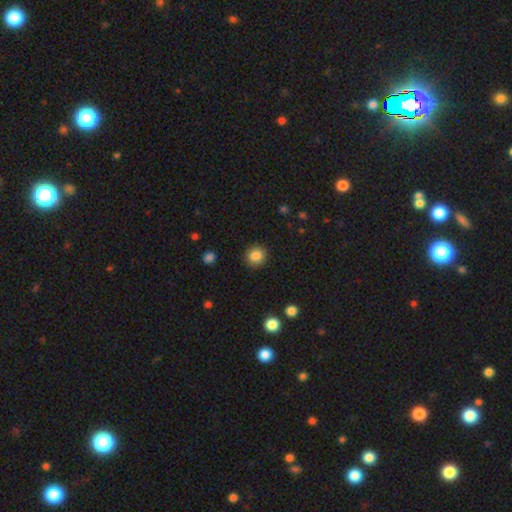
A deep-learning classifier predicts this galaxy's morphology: smooth_or_featured: smooth (p=0.85) [alt: star or artifact p=0.10]
how_rounded: round (p=0.89) [alt: in between p=0.10]
merging: none (p=0.90) [alt: minor disturbance p=0.07]